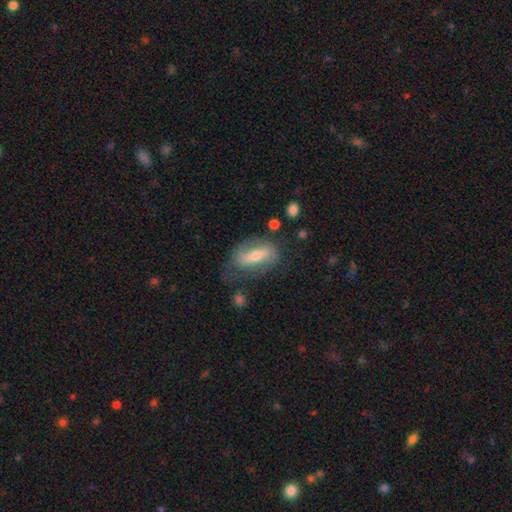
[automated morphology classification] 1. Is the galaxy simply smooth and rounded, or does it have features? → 59% featured or disk, 34% smooth, 7% star or artifact.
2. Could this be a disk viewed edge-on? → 79% no, 21% yes.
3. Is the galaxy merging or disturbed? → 59% none, 24% minor disturbance, 13% major disturbance, 3% merger.